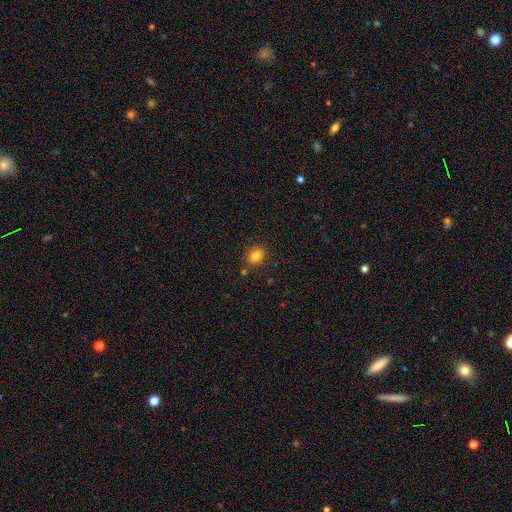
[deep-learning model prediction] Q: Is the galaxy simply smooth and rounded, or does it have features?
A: smooth — 82%.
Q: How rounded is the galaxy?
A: in between — 53%.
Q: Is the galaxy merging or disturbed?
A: none — 82%.